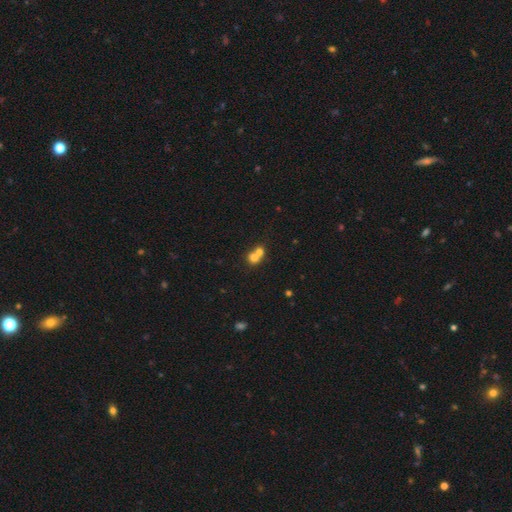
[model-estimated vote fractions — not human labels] Smooth or featured? Predicted: smooth (p=0.72). How rounded? Predicted: round (p=0.80). Merging? Predicted: merger (p=0.65).